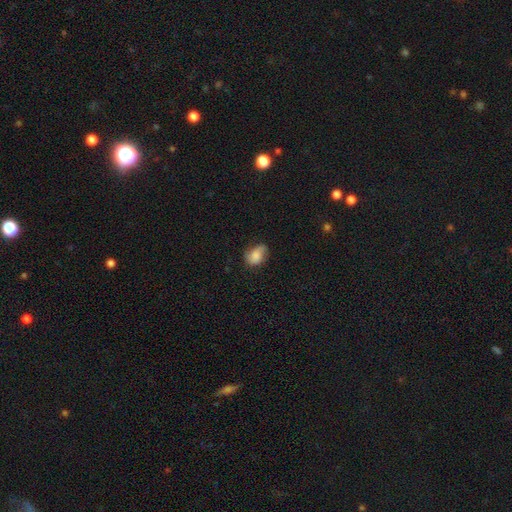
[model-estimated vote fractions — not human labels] Smooth or featured: smooth — 64% (featured or disk — 27%)
How rounded: in between — 68% (round — 31%)
Merging: none — 59% (minor disturbance — 29%)